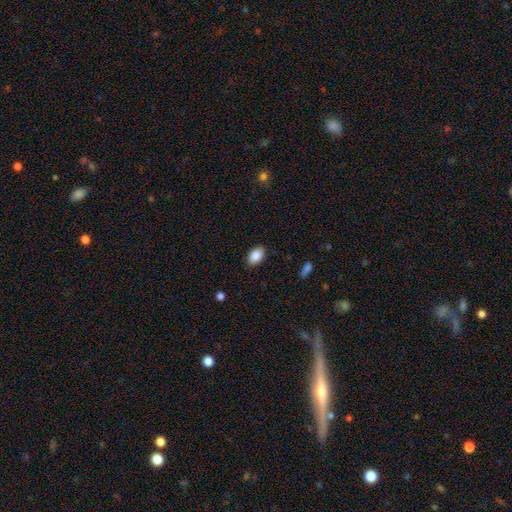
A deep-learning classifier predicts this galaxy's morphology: Overall: smooth (88%). How rounded: in between (90%). Merging: none (88%).